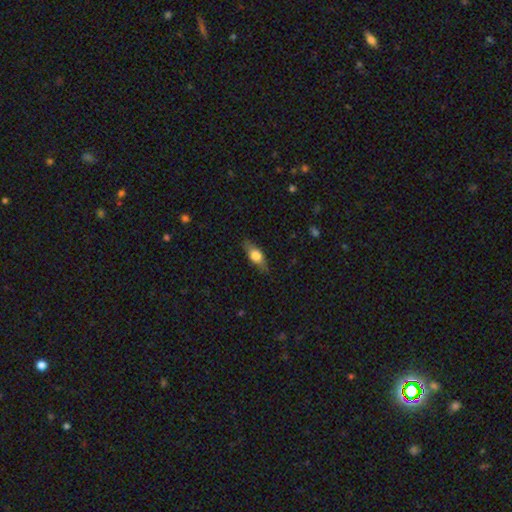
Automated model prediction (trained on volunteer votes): This appears to be a smooth galaxy with no disk features (61%) that is in between round and cigar-shaped (69%). Merging: none (80%).